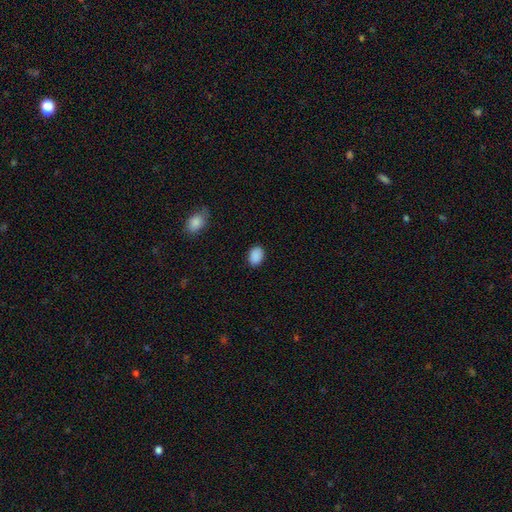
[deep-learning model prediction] Smooth or featured? Predicted: smooth (p=0.89). How rounded? Predicted: in between (p=0.77). Merging? Predicted: none (p=0.87).